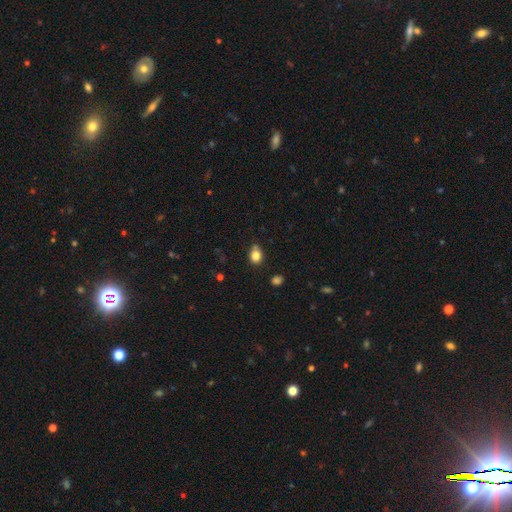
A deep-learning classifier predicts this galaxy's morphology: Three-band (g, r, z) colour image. It shows a smooth galaxy with no disk features (82%) that is in between round and cigar-shaped (56%). Merging: none (70%).